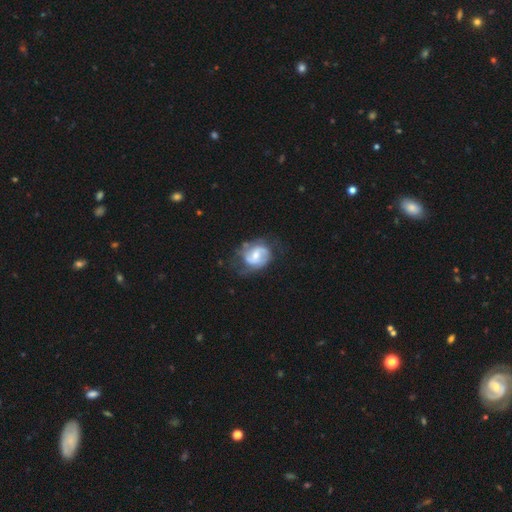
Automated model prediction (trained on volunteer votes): Morphology: type=featured or disk (72%); edge-on=no (98%); bar=weak (52%); spiral arms=yes (87%); winding=medium (46%); arm count=2 (78%); bulge=moderate (48%); merging=none (57%).